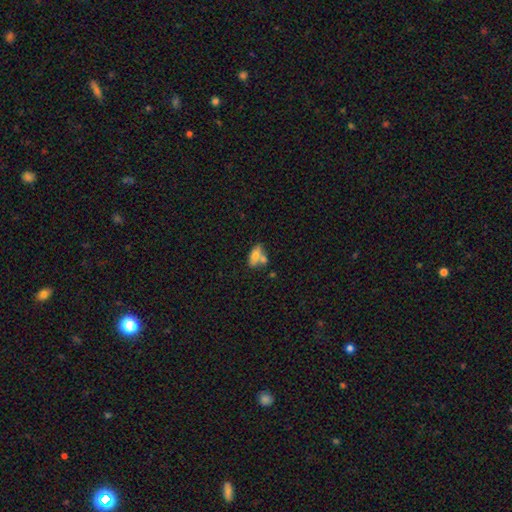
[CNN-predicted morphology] smooth_or_featured: smooth (p=0.70) [alt: featured or disk p=0.22]
how_rounded: in between (p=0.85) [alt: cigar-shaped p=0.09]
merging: none (p=0.41) [alt: merger p=0.40]